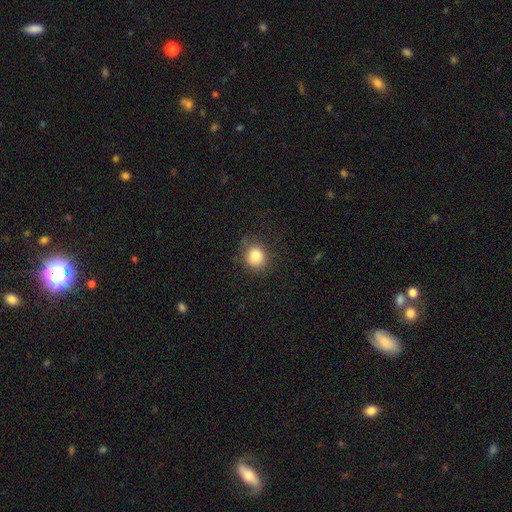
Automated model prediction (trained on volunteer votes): The model was most divided on "merging": none: 79%, minor disturbance: 15%, major disturbance: 5%, merger: 1%. More confident: smooth or featured — smooth (83%); how rounded — round (82%).